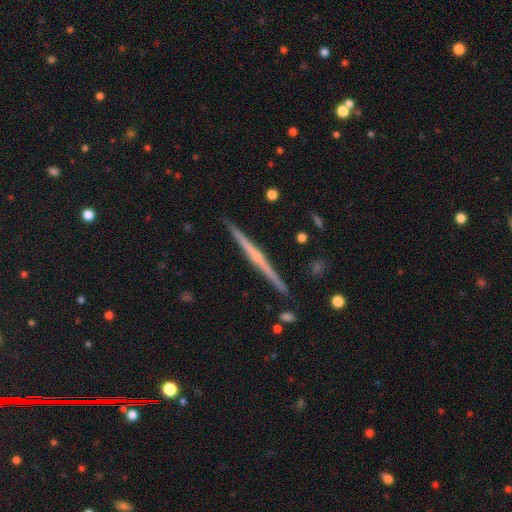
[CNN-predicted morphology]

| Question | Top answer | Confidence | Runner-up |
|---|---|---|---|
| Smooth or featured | featured or disk | 75% | smooth (19%) |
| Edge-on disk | yes | 98% | no (2%) |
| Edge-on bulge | none | 47% | rounded (45%) |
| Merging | none | 91% | minor disturbance (6%) |